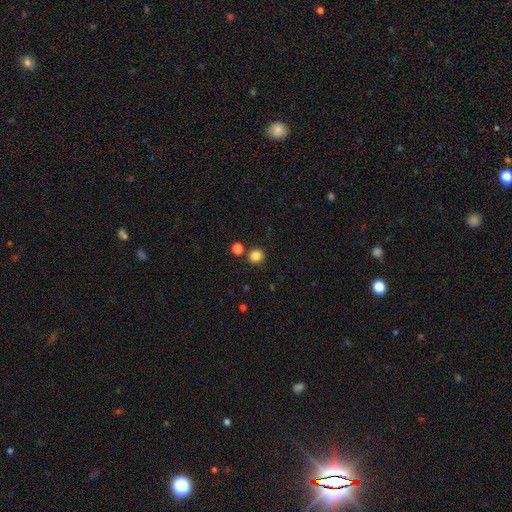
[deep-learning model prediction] Q: Smooth or featured?
A: smooth (84%); runner-up: star or artifact (12%)
Q: How rounded?
A: round (89%); runner-up: in between (10%)
Q: Merging?
A: none (83%); runner-up: merger (8%)